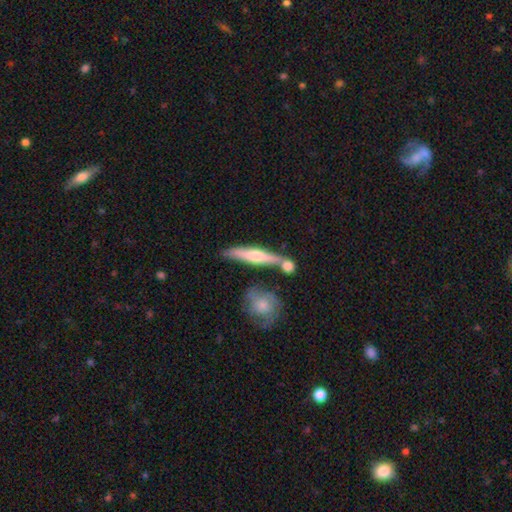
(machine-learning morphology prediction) smooth_or_featured: featured or disk (p=0.55) [alt: smooth p=0.39]
disk_edge_on: yes (p=0.93) [alt: no p=0.07]
edge_on_bulge: rounded (p=0.82) [alt: boxy p=0.09]
merging: none (p=0.71) [alt: merger p=0.13]